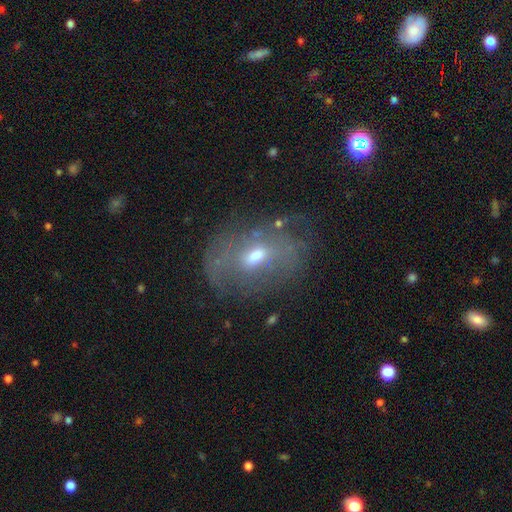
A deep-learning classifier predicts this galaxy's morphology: Q: Smooth or featured?
A: featured or disk (59%); runner-up: smooth (29%)
Q: Edge-on disk?
A: no (92%); runner-up: yes (8%)
Q: Bar?
A: no (50%); runner-up: weak (40%)
Q: Spiral arms?
A: no (50%); tied with: yes (50%)
Q: Bulge size?
A: moderate (60%); runner-up: small (34%)
Q: Merging?
A: none (59%); runner-up: minor disturbance (24%)